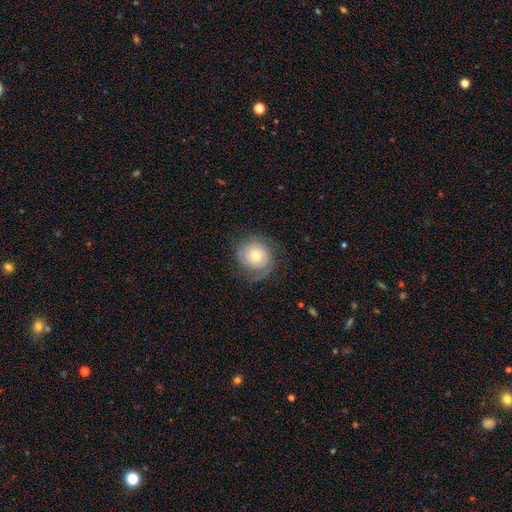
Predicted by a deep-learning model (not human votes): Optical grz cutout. It shows a featured or disk galaxy (54%) with no bar (83%), spiral arms (82%) and a moderate central bulge (61%). Merging: none (68%).